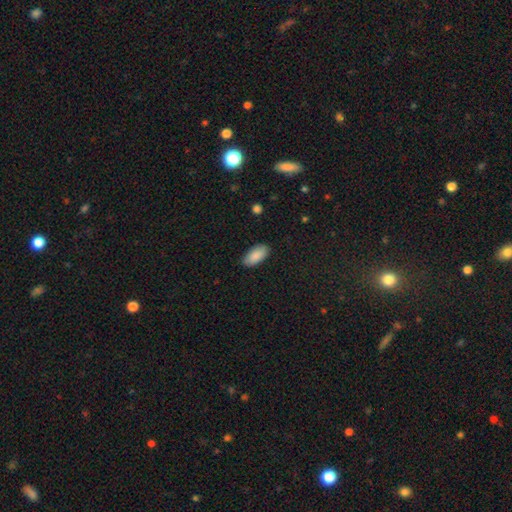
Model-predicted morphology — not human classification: The model was most divided on "merging": none: 86%, minor disturbance: 10%, major disturbance: 2%, merger: 1%. More confident: how rounded — in between (93%); smooth or featured — smooth (89%).